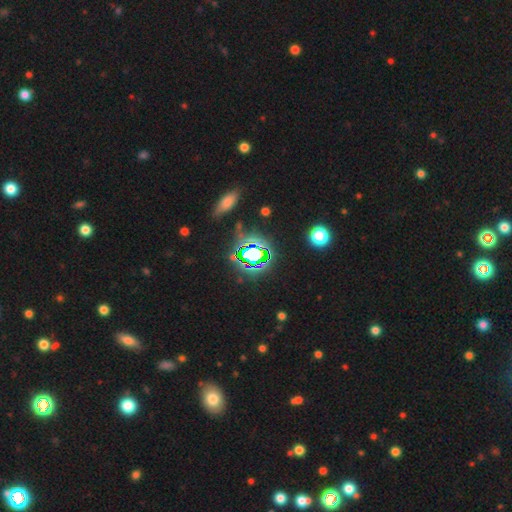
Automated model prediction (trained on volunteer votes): smooth-or-featured: star or artifact: 72% | smooth: 17% | featured or disk: 11%